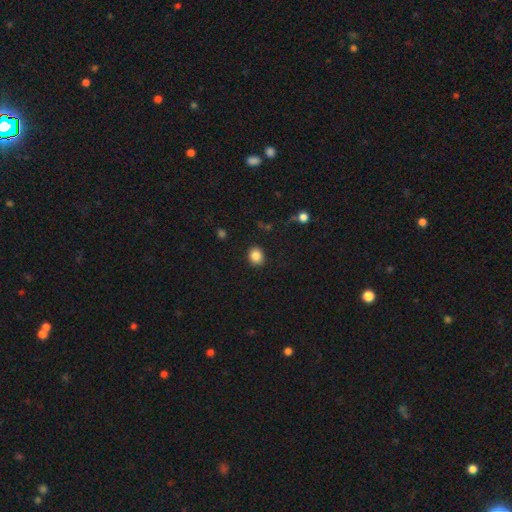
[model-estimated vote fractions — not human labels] A smooth galaxy with no disk features (86%) that is round (68%). Merging: none (88%).